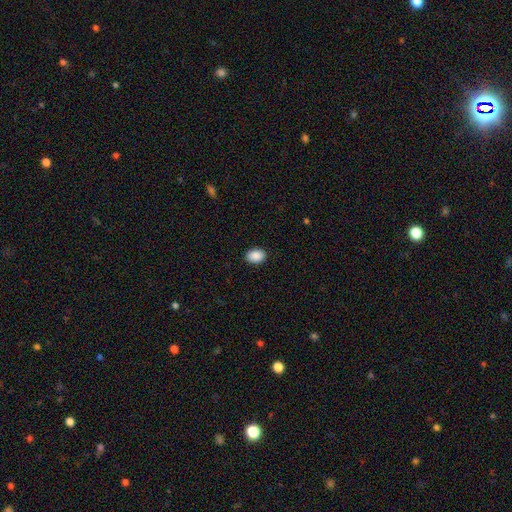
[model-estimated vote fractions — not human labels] Overall: smooth (90%). How rounded: in between (77%). Merging: none (90%).